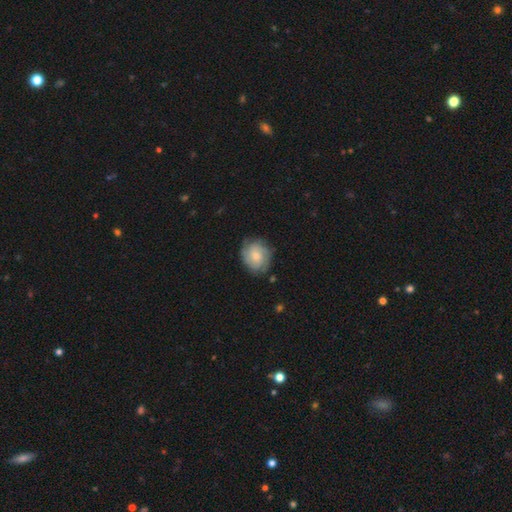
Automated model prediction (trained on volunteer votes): Q: Smooth or featured?
A: smooth (47%); runner-up: featured or disk (46%)
Q: Merging?
A: none (73%); runner-up: minor disturbance (20%)